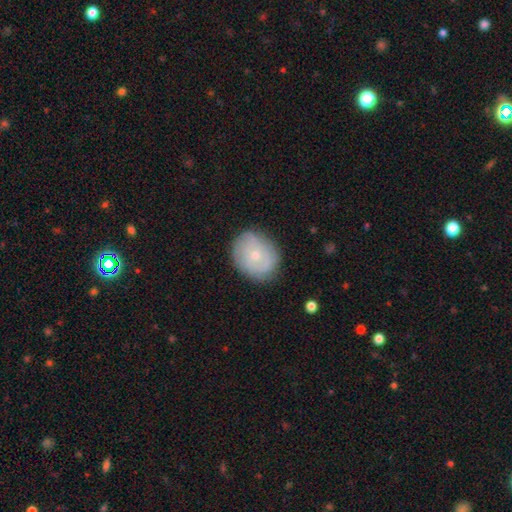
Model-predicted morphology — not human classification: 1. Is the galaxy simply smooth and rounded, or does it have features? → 51% featured or disk, 42% smooth, 7% star or artifact.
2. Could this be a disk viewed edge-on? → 97% no, 3% yes.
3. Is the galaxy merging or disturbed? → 77% none, 17% minor disturbance, 5% major disturbance, 1% merger.